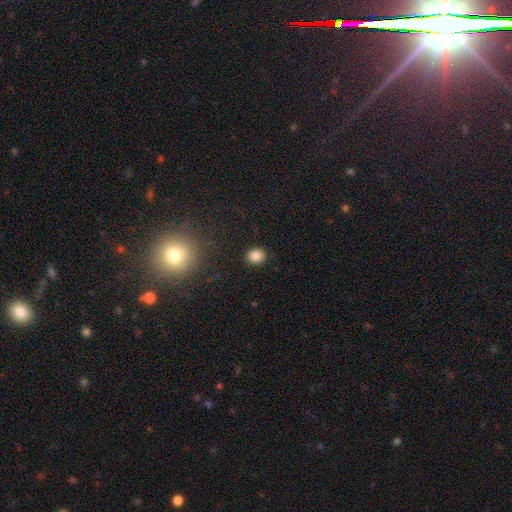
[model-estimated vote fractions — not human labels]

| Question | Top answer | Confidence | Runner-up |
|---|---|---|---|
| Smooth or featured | smooth | 84% | star or artifact (11%) |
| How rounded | round | 72% | in between (27%) |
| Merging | none | 90% | minor disturbance (7%) |